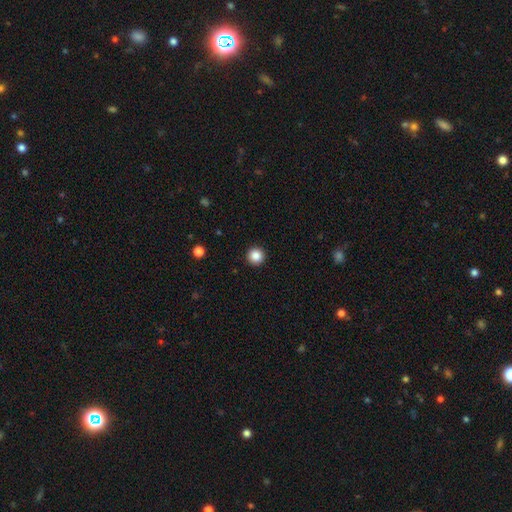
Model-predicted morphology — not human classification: Smooth or featured? Predicted: smooth (p=0.86). How rounded? Predicted: round (p=0.96). Merging? Predicted: none (p=0.94).